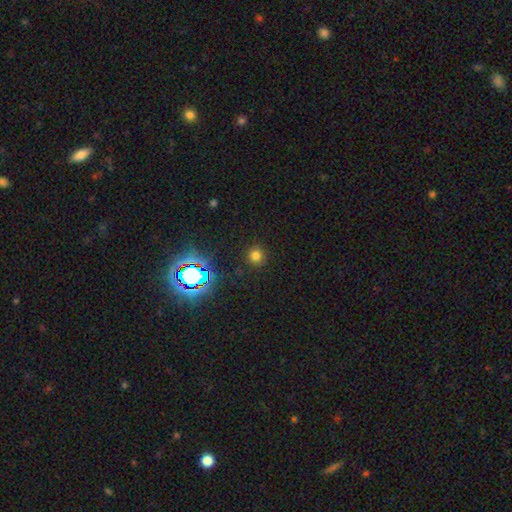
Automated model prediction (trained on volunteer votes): This appears to be a smooth galaxy with no disk features (72%) that is round (93%). Merging: none (89%).